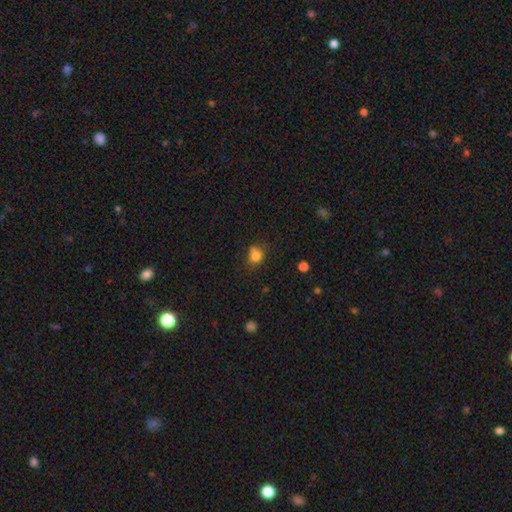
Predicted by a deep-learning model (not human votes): This is clearly a smooth galaxy (80%). How rounded: likely round (67%). Merging: possibly none (58%).